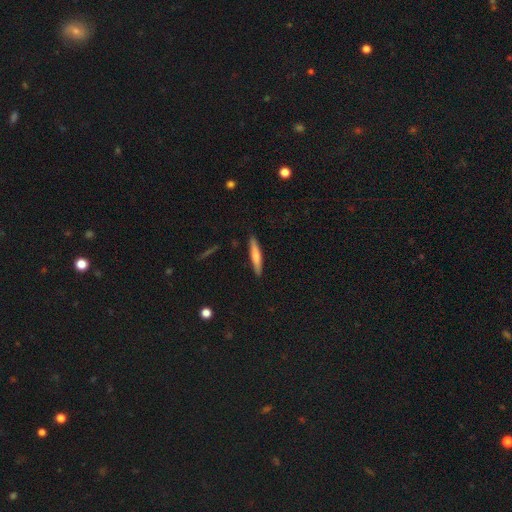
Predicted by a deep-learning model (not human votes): Smooth or featured? Predicted: smooth (p=0.63). How rounded? Predicted: cigar-shaped (p=0.90). Merging? Predicted: none (p=0.90).